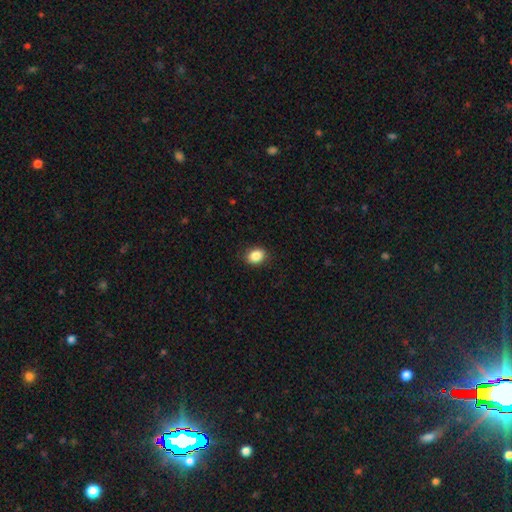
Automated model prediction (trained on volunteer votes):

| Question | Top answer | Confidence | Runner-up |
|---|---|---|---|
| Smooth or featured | smooth | 88% | star or artifact (9%) |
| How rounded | in between | 60% | round (39%) |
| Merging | none | 88% | minor disturbance (8%) |